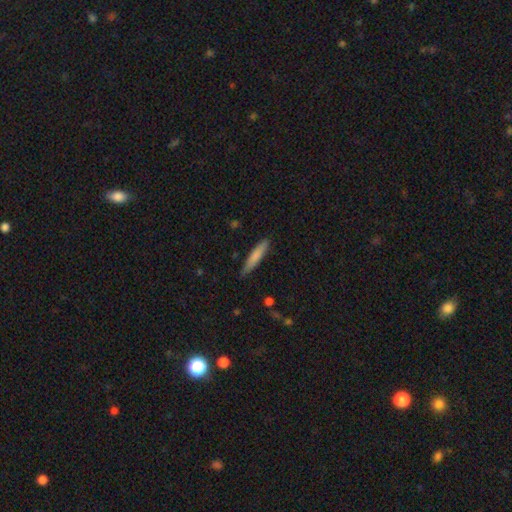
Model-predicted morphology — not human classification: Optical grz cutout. It shows a smooth galaxy with no disk features (75%) that is cigar-shaped (89%). Merging: none (84%).